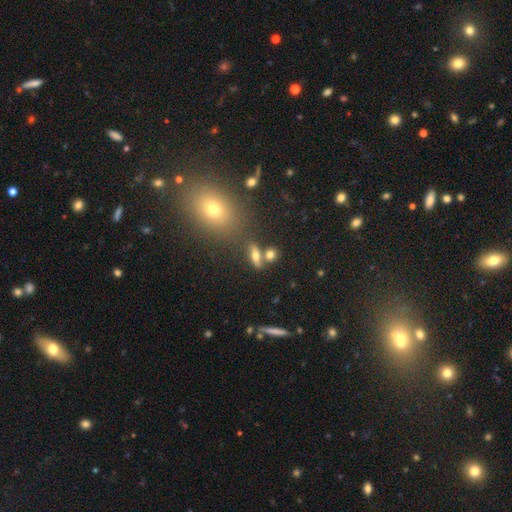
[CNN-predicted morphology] smooth 65%, featured or disk 22%, star or artifact 12%. Down the decision tree: how rounded — in between (59%); merging — none (61%).